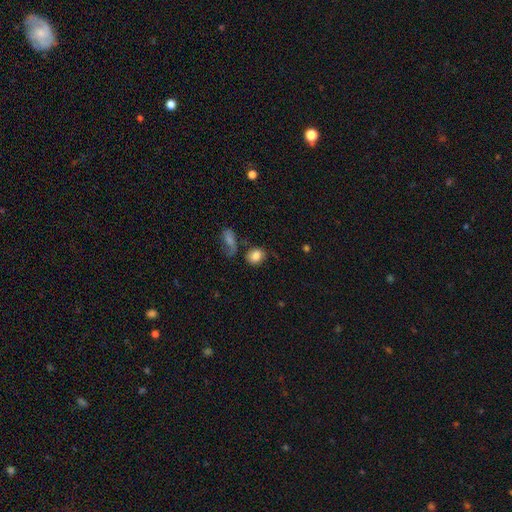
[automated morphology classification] A smooth galaxy with no disk features (83%) that is in between round and cigar-shaped (58%).

Vote fractions:
- Smooth or featured? smooth: 83% / star or artifact: 9% / featured or disk: 8%
- How rounded? in between: 58% / round: 40% / cigar-shaped: 2%
- Merging? none: 61% / minor disturbance: 18% / merger: 12% / major disturbance: 9%